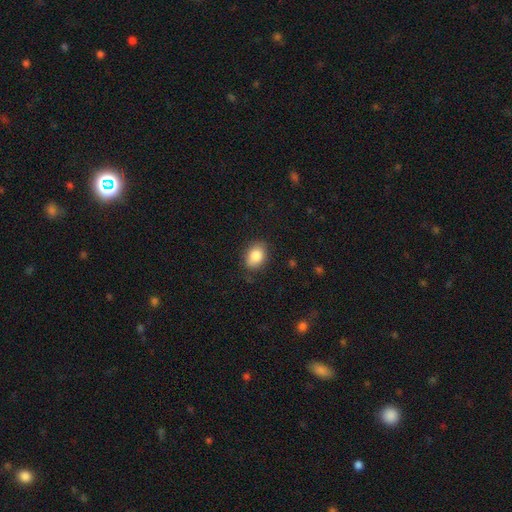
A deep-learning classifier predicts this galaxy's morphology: type=smooth (84%); roundness=in between (69%); merging=none (81%).